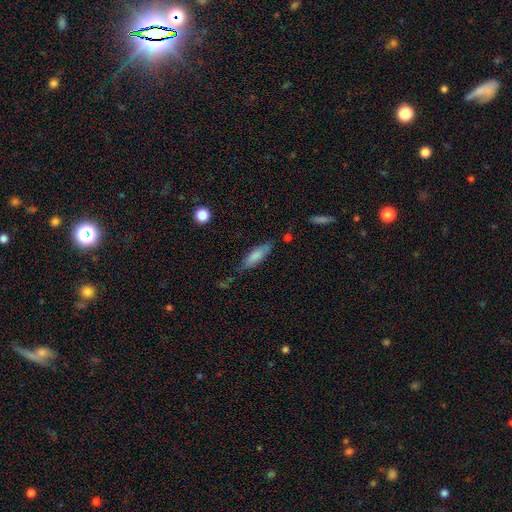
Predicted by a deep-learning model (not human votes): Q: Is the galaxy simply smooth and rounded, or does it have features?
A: smooth — 78%.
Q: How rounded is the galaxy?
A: cigar-shaped — 50%.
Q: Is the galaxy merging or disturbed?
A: none — 59%.